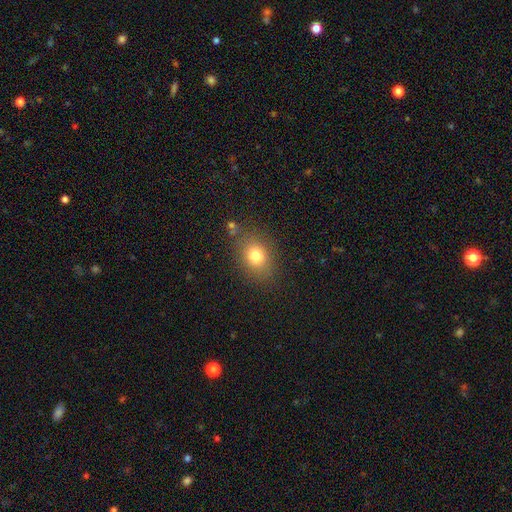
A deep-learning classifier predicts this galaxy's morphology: Smooth or featured? Predicted: smooth (p=0.78). How rounded? Predicted: in between (p=0.54). Merging? Predicted: none (p=0.80).